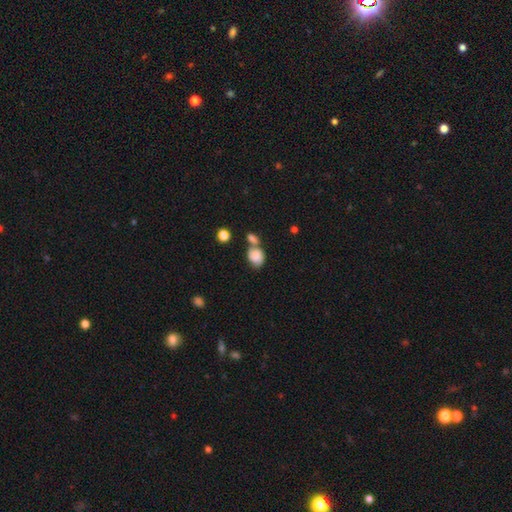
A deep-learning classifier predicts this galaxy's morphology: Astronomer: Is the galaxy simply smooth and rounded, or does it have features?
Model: smooth — 77%.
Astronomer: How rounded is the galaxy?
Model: round — 51% (runner-up: in between, 48%).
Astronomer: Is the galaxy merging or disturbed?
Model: merger — 46% (runner-up: none, 32%).